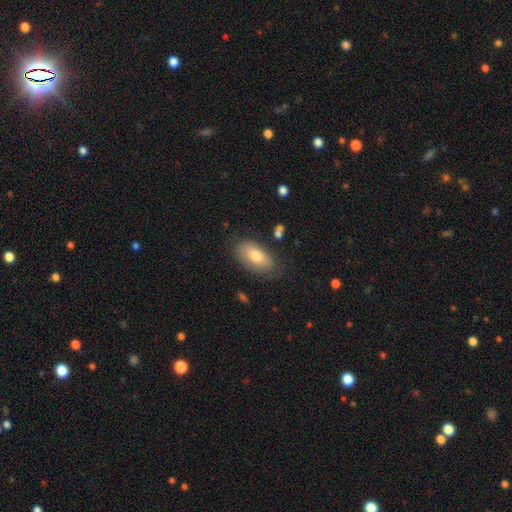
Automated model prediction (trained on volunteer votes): smooth 73%, featured or disk 20%, star or artifact 7%. Down the decision tree: how rounded — in between (93%); merging — none (78%).